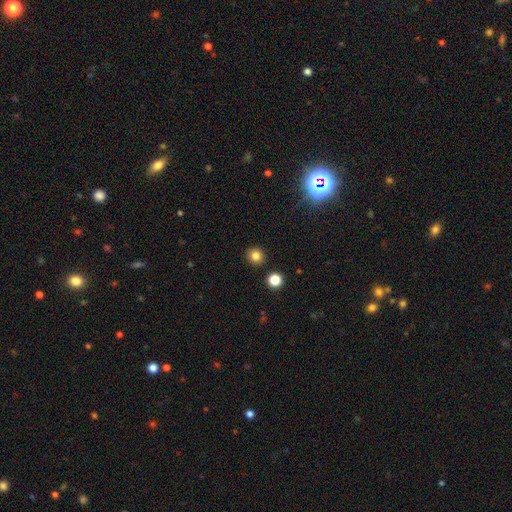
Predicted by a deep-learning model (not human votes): Smooth or featured?
  - smooth: 81% *
  - star or artifact: 13%
  - featured or disk: 6%
How rounded?
  - round: 90% *
  - in between: 9%
  - cigar-shaped: 1%
Merging?
  - none: 91% *
  - minor disturbance: 5%
  - merger: 2%
  - major disturbance: 2%